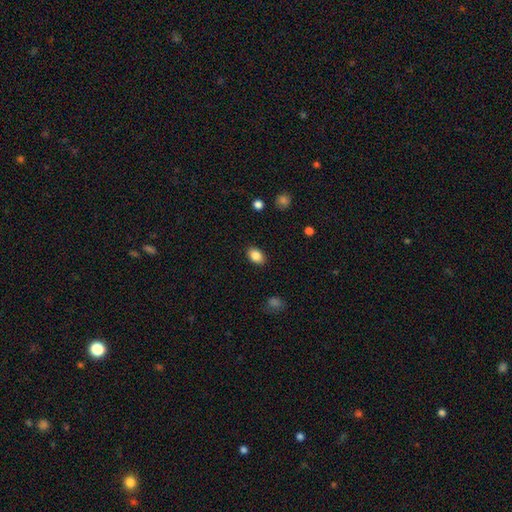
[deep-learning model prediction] Smooth or featured: smooth — 86% (star or artifact — 8%)
How rounded: in between — 83% (round — 16%)
Merging: none — 88% (minor disturbance — 9%)